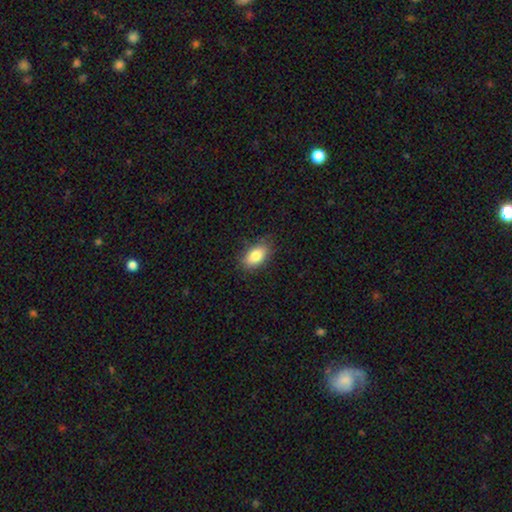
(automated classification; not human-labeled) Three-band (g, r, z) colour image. It shows a smooth galaxy with no disk features (83%) that is in between round and cigar-shaped (89%). Merging: none (82%).